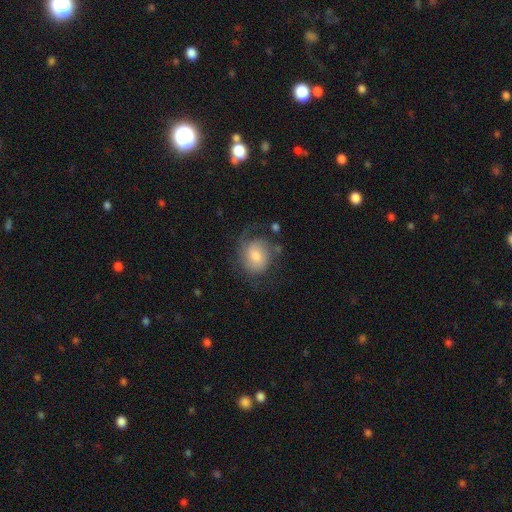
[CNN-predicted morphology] A featured or disk galaxy (47%).

Vote fractions:
- Smooth or featured? featured or disk: 47% / smooth: 43% / star or artifact: 10%
- Merging? none: 56% / minor disturbance: 21% / major disturbance: 20% / merger: 3%